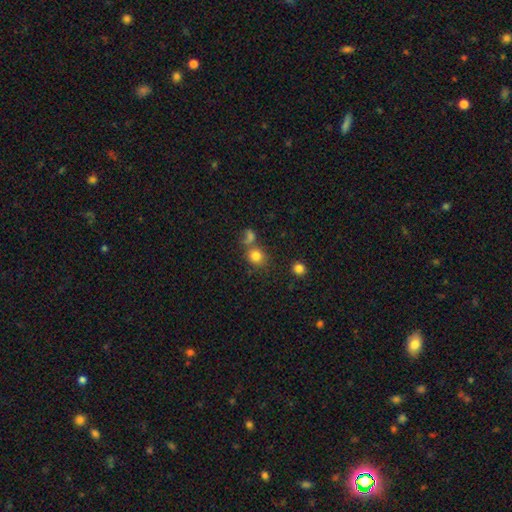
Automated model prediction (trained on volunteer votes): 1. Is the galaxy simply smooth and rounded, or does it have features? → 80% smooth, 13% star or artifact, 7% featured or disk.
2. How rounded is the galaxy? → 79% round, 20% in between, 1% cigar-shaped.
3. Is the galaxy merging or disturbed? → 60% none, 25% merger, 11% minor disturbance, 5% major disturbance.